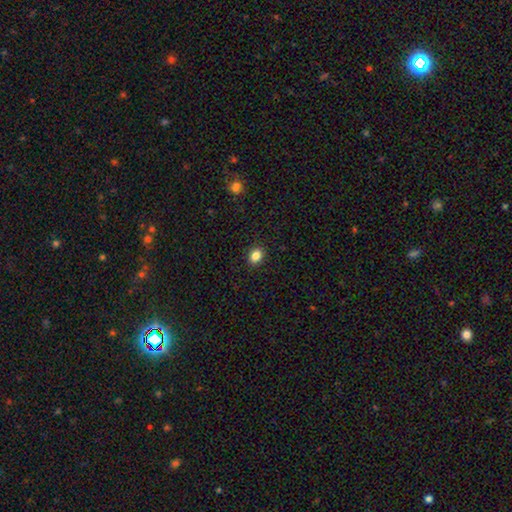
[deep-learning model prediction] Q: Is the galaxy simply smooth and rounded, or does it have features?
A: smooth — 85%.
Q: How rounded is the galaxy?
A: in between — 53%.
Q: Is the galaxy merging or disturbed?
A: none — 91%.